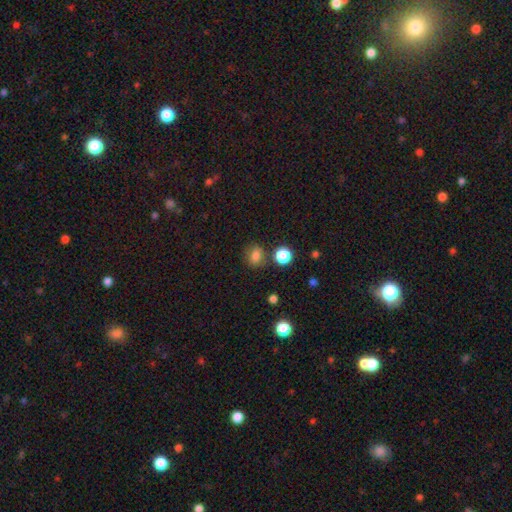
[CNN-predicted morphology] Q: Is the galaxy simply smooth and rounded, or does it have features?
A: smooth — 80%.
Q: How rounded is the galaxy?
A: round — 61%.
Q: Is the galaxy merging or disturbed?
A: none — 76%.